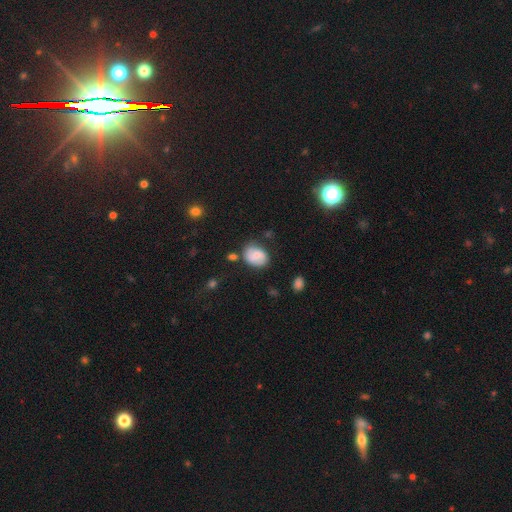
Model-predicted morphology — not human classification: Overall: smooth (60%; featured or disk 31%). How rounded: in between (63%; round 36%). Merging: none (65%).